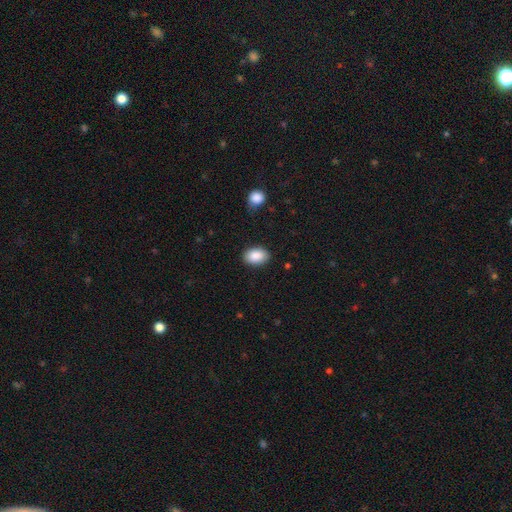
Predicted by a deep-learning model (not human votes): This appears to be a smooth galaxy with no disk features (88%) that is in between round and cigar-shaped (86%). Merging: none (85%).